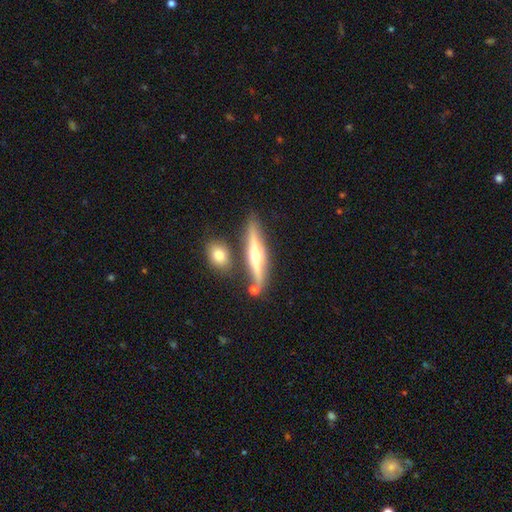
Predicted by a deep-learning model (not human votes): A featured or disk galaxy (65%) viewed edge-on (94%) with a rounded central bulge (90%). Merging: none (75%).